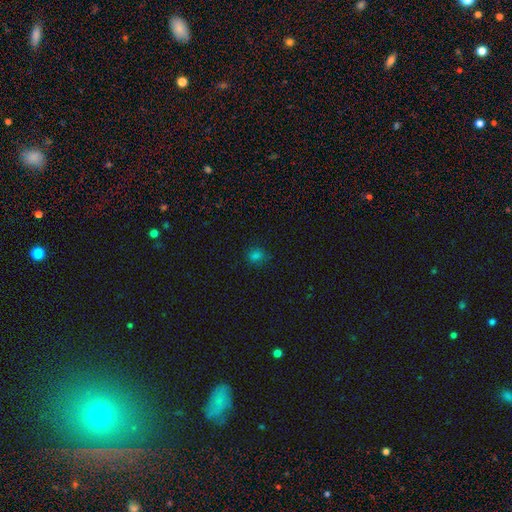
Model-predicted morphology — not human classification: The model was most divided on "how rounded": round: 75%, in between: 24%, cigar-shaped: 1%. More confident: merging — none (84%); smooth or featured — smooth (75%).